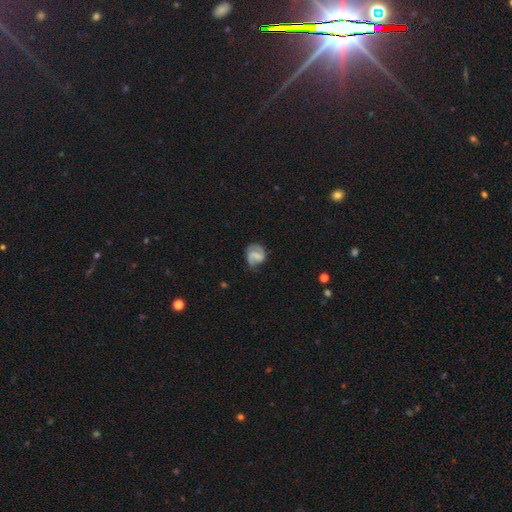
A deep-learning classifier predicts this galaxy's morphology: The model was most divided on "bulge size": none: 48%, small: 32%, moderate: 16%, large: 3%, dominant: 1%. Remaining: edge-on disk — no (98%); spiral arms — yes (94%); spiral arm count — 2 (78%); smooth or featured — featured or disk (74%); merging — none (66%); spiral winding — medium (47%); bar — weak (46%).